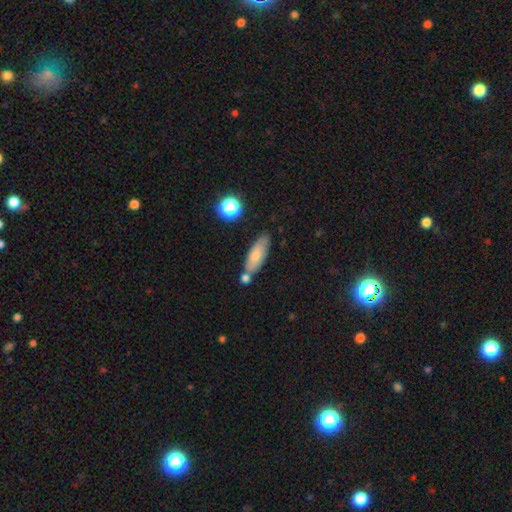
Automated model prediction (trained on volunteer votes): This appears to be a smooth galaxy with no disk features (75%) that is in between round and cigar-shaped (60%). Merging: none (63%).